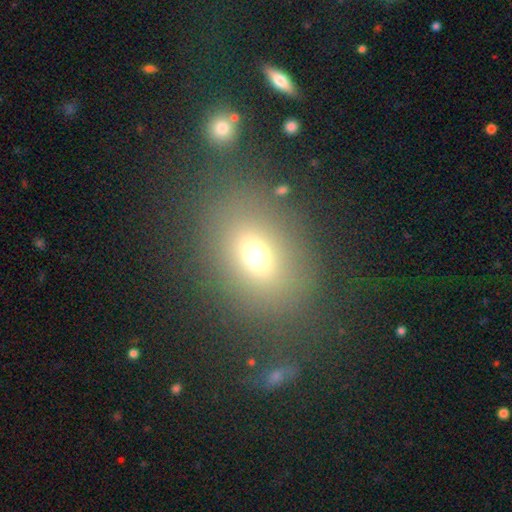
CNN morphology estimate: smooth-or-featured: smooth: 68% | star or artifact: 18% | featured or disk: 14%
  how-rounded: in between: 67% | round: 30% | cigar-shaped: 3%
  merging: none: 75% | minor disturbance: 12% | major disturbance: 9% | merger: 4%